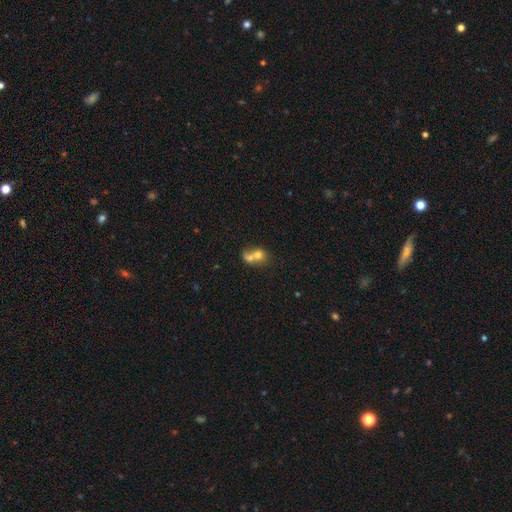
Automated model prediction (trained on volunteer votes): Smooth or featured? smooth (66%)
How rounded? round (62%)
Merging? merger (72%)